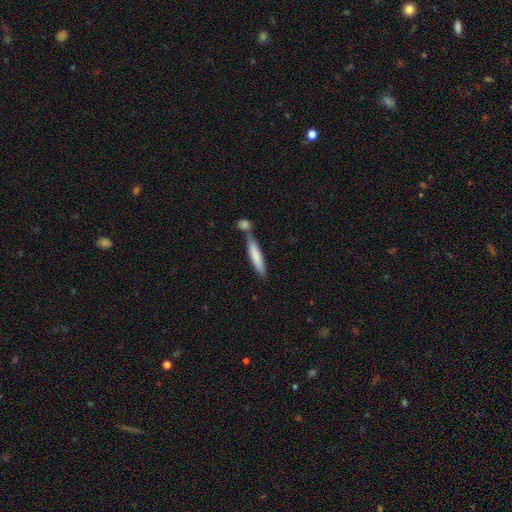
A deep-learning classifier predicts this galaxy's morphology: The model was most divided on "merging": none: 56%, merger: 28%, minor disturbance: 13%, major disturbance: 3%. More confident: how rounded — cigar-shaped (85%); smooth or featured — smooth (76%).